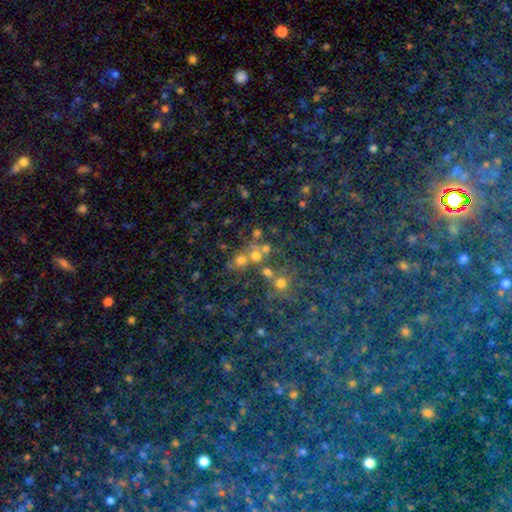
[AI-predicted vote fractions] This appears to be a smooth galaxy with no disk features (53%) that is round (86%). Merging: none (59%).